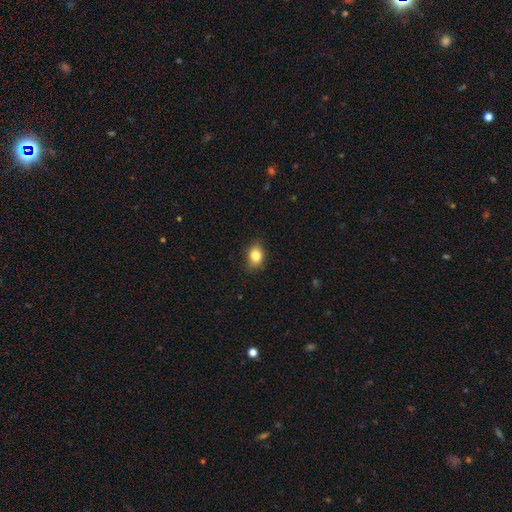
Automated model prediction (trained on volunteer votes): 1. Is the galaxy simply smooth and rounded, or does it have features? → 83% smooth, 10% star or artifact, 7% featured or disk.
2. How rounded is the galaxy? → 56% in between, 43% round, 1% cigar-shaped.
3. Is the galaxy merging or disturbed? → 80% none, 16% minor disturbance, 3% major disturbance, 1% merger.